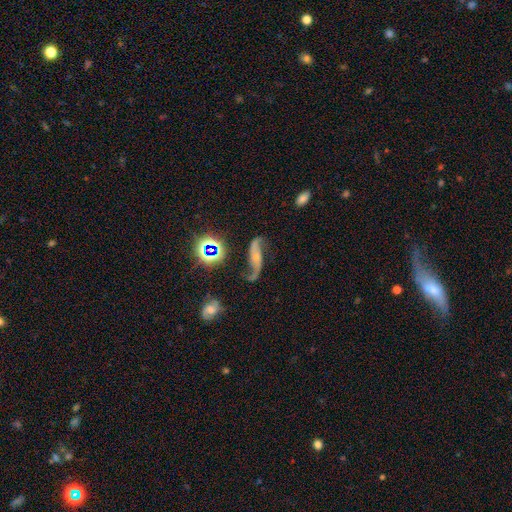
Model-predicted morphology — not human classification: featured or disk 79%, star or artifact 12%, smooth 10%. Down the decision tree: edge-on disk — no (91%); bar — no (57%); spiral arms — yes (94%); spiral arm count — 2 (91%); spiral winding — loose (88%); bulge size — small (47%); merging — none (63%).